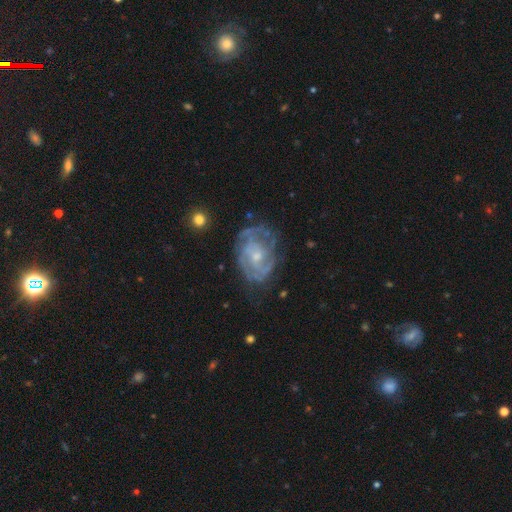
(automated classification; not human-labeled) The model was most divided on "spiral arm count": can't tell: 39%, 2: 32%, 3: 16%, 4: 5%, 1: 5%, more than 4: 4%. More confident: edge-on disk — no (97%); spiral arms — yes (87%); smooth or featured — featured or disk (81%); bar — no (64%); merging — none (63%); bulge size — small (56%); spiral winding — tight (55%).